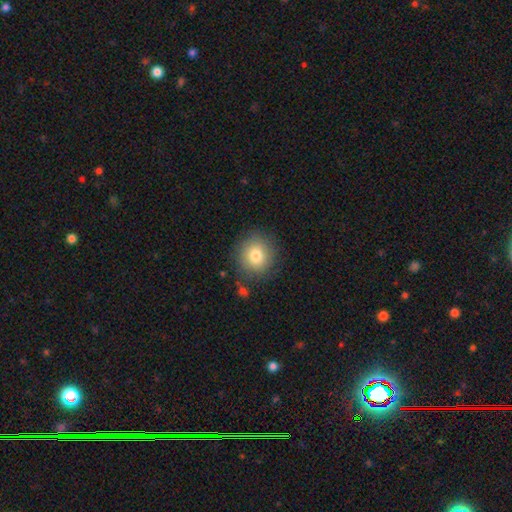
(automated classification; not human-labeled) Smooth or featured? smooth (80%)
How rounded? round (89%)
Merging? none (85%)